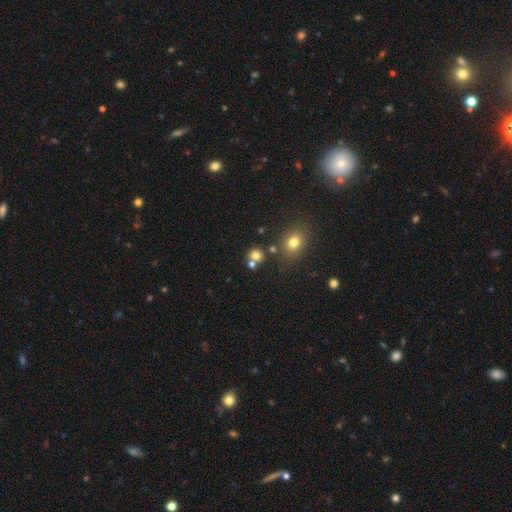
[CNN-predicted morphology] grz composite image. It shows a smooth galaxy with no disk features (76%) that is round (83%). Merging: none (64%).